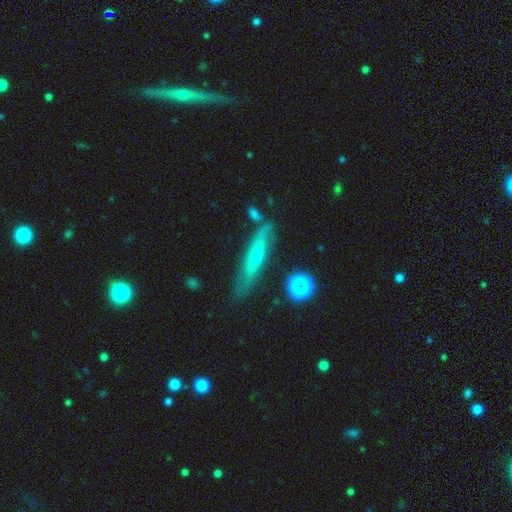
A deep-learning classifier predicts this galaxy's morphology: A featured or disk galaxy (52%) viewed edge-on (71%).

Vote fractions:
- Smooth or featured? featured or disk: 52% / smooth: 40% / star or artifact: 8%
- Edge-on disk? yes: 71% / no: 29%
- Merging? none: 69% / minor disturbance: 20% / major disturbance: 6% / merger: 5%